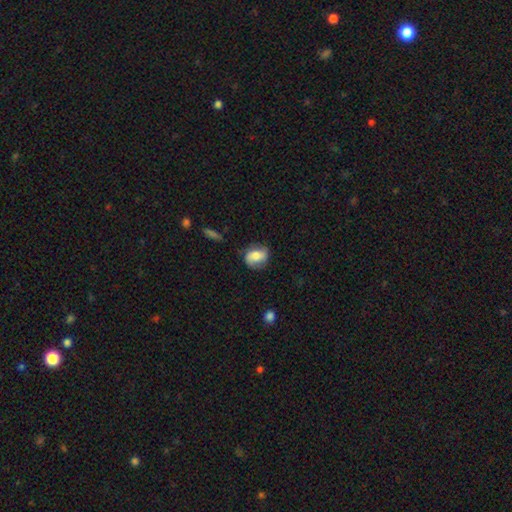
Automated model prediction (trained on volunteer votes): Morphology: type=smooth (59%); roundness=in between (51%); merging=none (71%).